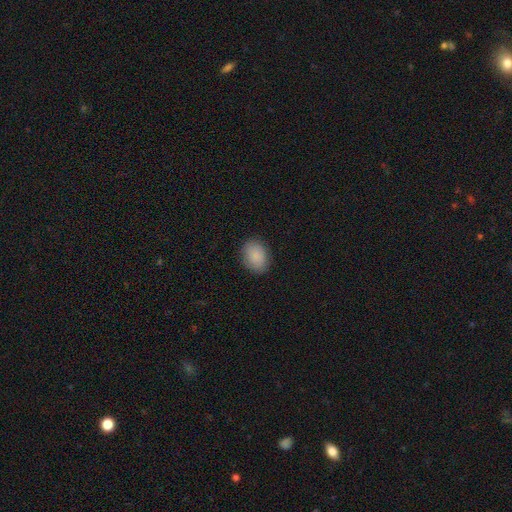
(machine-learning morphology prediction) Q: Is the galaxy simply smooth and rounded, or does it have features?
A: smooth — 89%.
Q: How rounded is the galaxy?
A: in between — 73%.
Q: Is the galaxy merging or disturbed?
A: none — 86%.